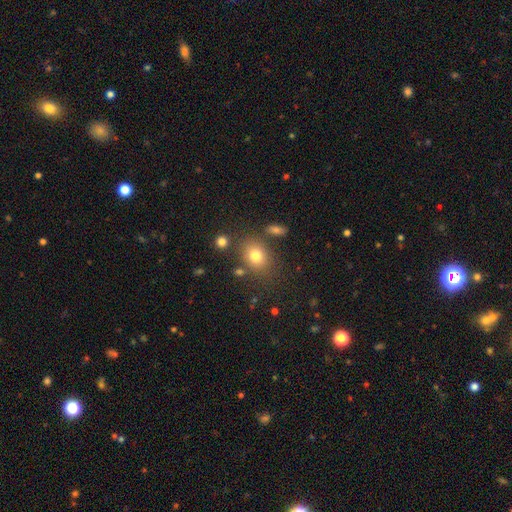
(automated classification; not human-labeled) A smooth galaxy with no disk features (78%) that is in between round and cigar-shaped (54%). Merging: none (74%).